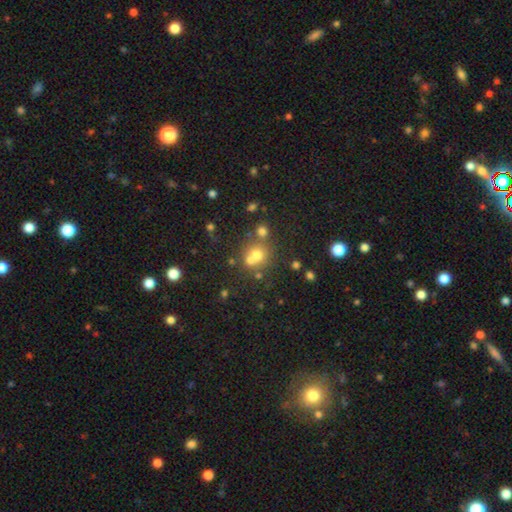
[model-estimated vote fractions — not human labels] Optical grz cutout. It shows a smooth galaxy with no disk features (62%) that is round (82%). Merging: none (50%).